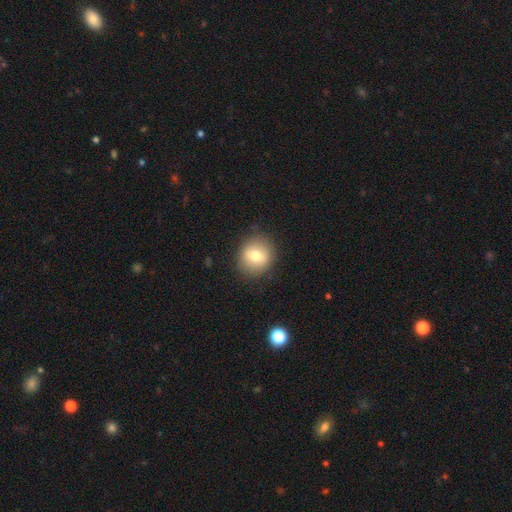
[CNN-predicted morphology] A smooth galaxy with no disk features (72%) that is round (83%). Merging: none (87%).